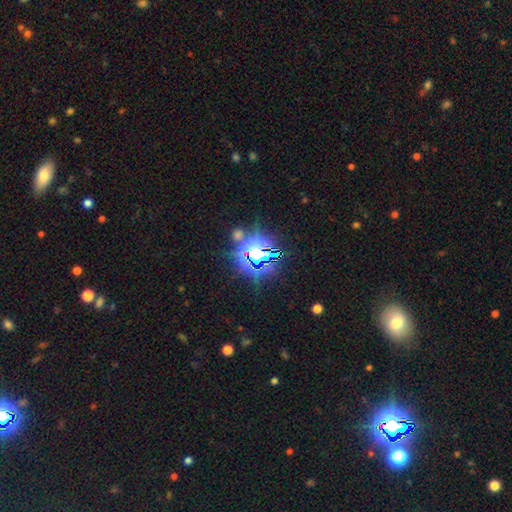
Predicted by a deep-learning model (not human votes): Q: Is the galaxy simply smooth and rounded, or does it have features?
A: star or artifact — 83%.